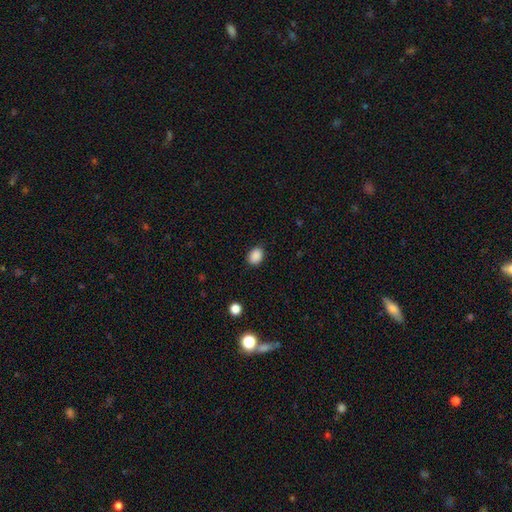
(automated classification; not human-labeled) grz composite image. It shows a smooth galaxy with no disk features (88%) that is in between round and cigar-shaped (65%). Merging: none (86%).